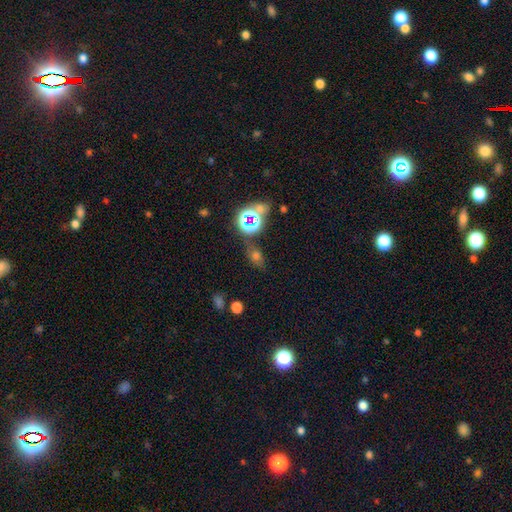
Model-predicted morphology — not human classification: Smooth or featured: smooth — 46% (star or artifact — 38%)
Merging: none — 65% (minor disturbance — 16%)